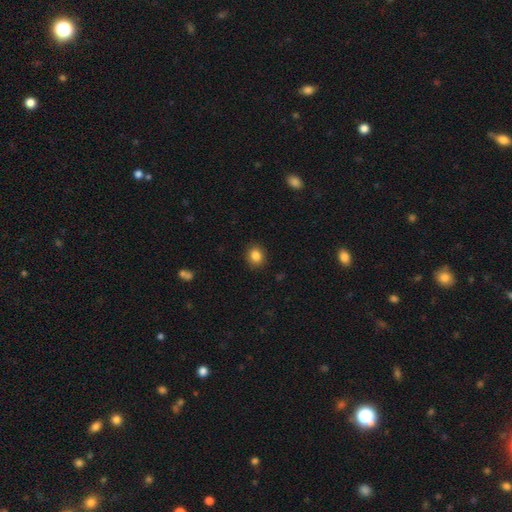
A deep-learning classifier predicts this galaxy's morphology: A smooth galaxy with no disk features (85%) that is round (73%).

Vote fractions:
- Smooth or featured? smooth: 85% / star or artifact: 10% / featured or disk: 5%
- How rounded? round: 73% / in between: 26% / cigar-shaped: 1%
- Merging? none: 90% / minor disturbance: 7% / major disturbance: 2% / merger: 1%